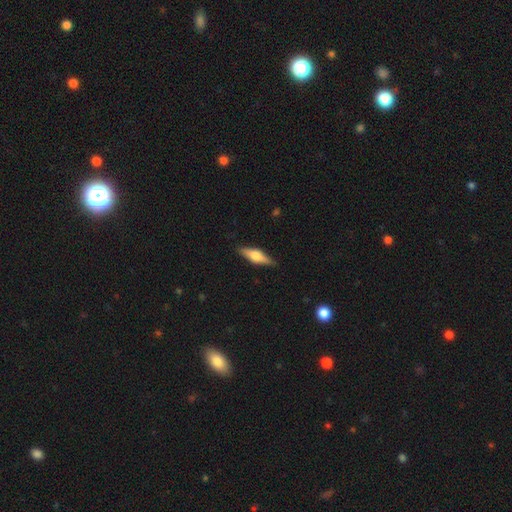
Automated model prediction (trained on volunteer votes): Q: Smooth or featured?
A: featured or disk (51%); runner-up: smooth (42%)
Q: Edge-on disk?
A: yes (94%); runner-up: no (6%)
Q: Merging?
A: none (87%); runner-up: minor disturbance (10%)